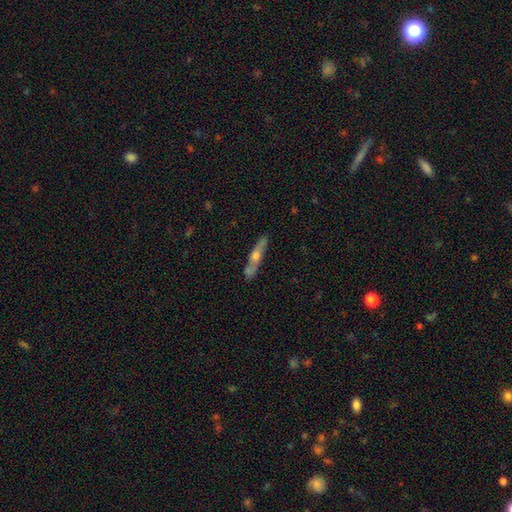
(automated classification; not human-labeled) smooth_or_featured: featured or disk (p=0.59) [alt: smooth p=0.35]
disk_edge_on: yes (p=0.83) [alt: no p=0.17]
merging: none (p=0.80) [alt: minor disturbance p=0.14]